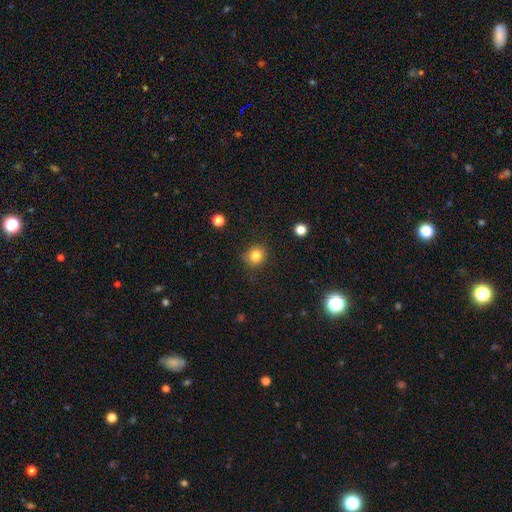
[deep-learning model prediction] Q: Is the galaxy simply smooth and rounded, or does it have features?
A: smooth — 83%.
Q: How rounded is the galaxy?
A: round — 84%.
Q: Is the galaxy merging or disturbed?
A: none — 87%.